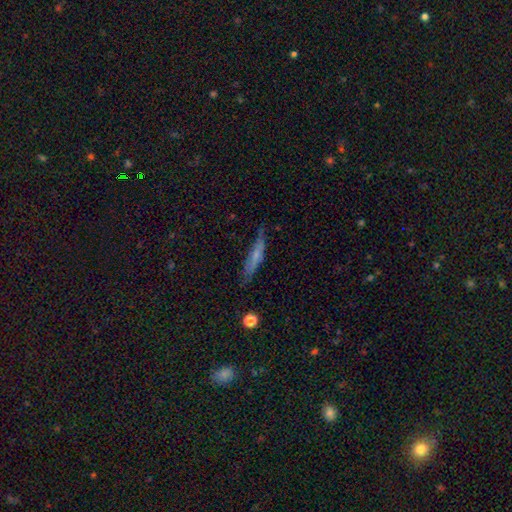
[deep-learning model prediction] The model was most divided on "smooth or featured": smooth: 56%, featured or disk: 35%, star or artifact: 8%. More confident: how rounded — cigar-shaped (85%); merging — none (70%).